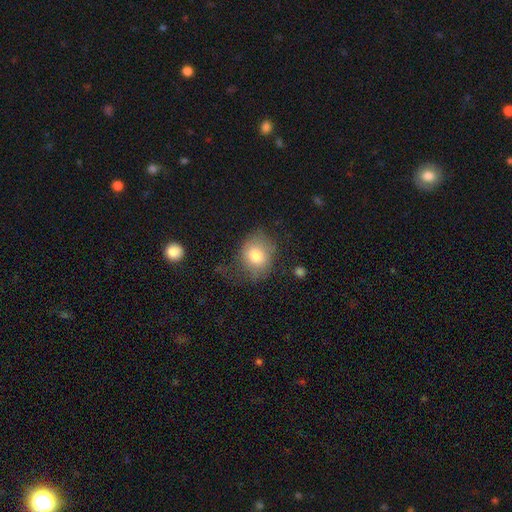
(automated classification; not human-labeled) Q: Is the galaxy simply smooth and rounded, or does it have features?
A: smooth — 79%.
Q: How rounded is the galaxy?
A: round — 58%.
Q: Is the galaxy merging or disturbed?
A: none — 55%.